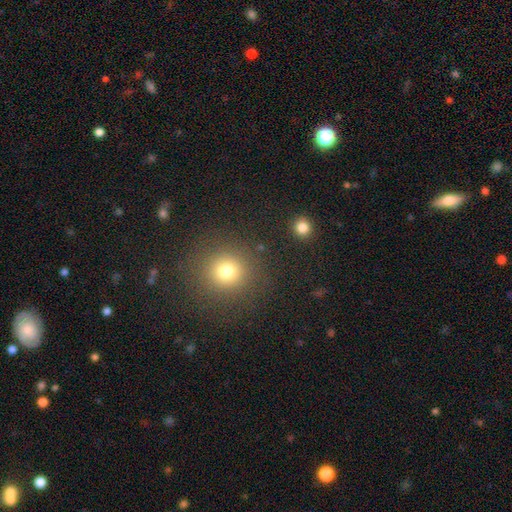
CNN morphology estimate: This appears to be a smooth galaxy with no disk features (65%) that is round (93%). Merging: none (91%).